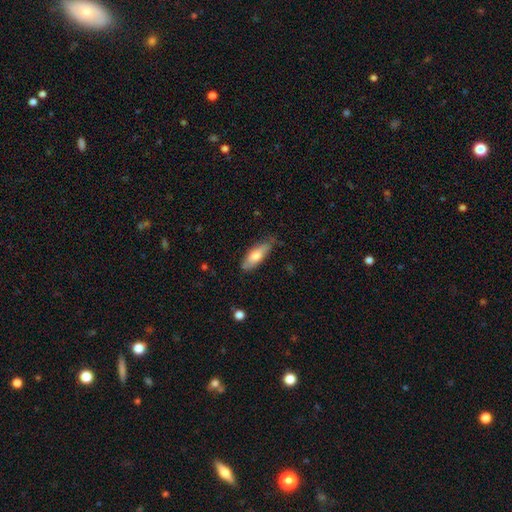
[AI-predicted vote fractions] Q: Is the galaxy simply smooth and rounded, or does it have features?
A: smooth — 73%.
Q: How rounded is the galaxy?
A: in between — 62%.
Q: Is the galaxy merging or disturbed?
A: none — 70%.